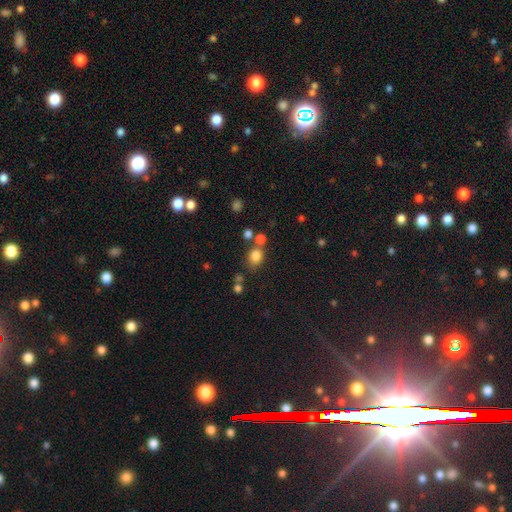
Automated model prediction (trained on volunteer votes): A smooth galaxy with no disk features (80%) that is round (61%).

Vote fractions:
- Smooth or featured? smooth: 80% / star or artifact: 14% / featured or disk: 7%
- How rounded? round: 61% / in between: 38% / cigar-shaped: 1%
- Merging? none: 64% / merger: 19% / minor disturbance: 12% / major disturbance: 5%